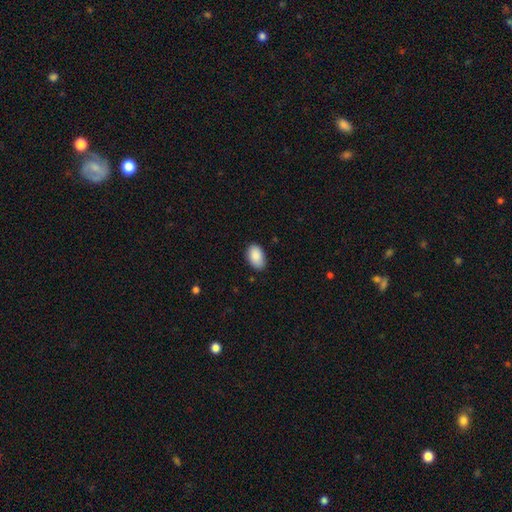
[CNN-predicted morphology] Smooth or featured? Predicted: smooth (p=0.89). How rounded? Predicted: in between (p=0.92). Merging? Predicted: none (p=0.82).